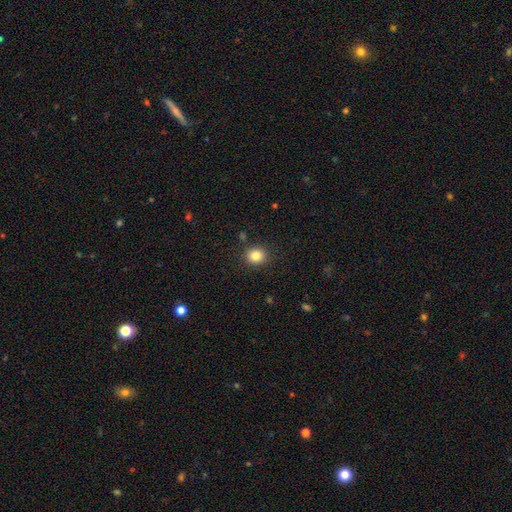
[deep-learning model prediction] smooth_or_featured: smooth (p=0.84) [alt: star or artifact p=0.11]
how_rounded: round (p=0.80) [alt: in between p=0.19]
merging: none (p=0.89) [alt: minor disturbance p=0.07]